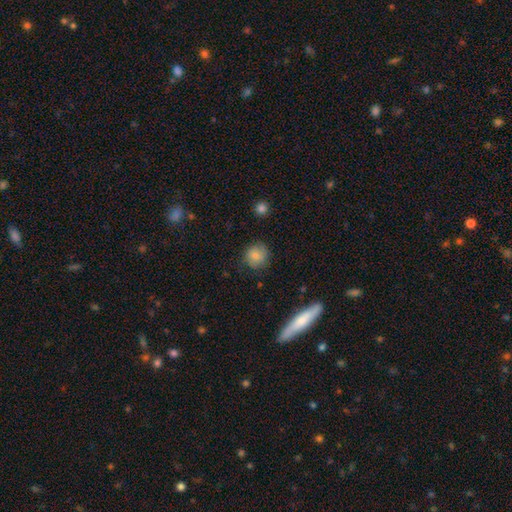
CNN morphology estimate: smooth_or_featured: smooth (p=0.80) [alt: featured or disk p=0.11]
how_rounded: round (p=0.86) [alt: in between p=0.13]
merging: none (p=0.79) [alt: minor disturbance p=0.15]